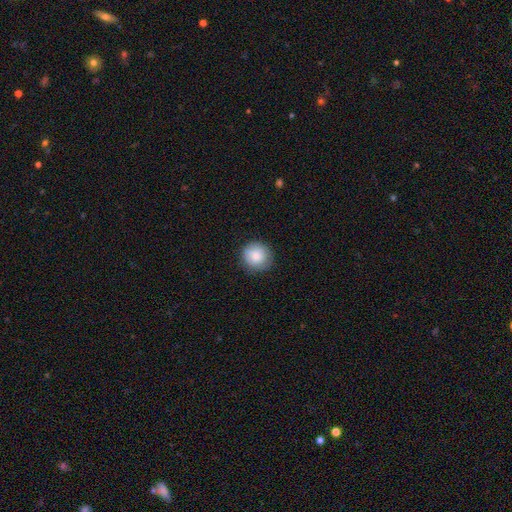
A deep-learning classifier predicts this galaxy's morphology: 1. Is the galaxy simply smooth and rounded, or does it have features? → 84% smooth, 9% featured or disk, 7% star or artifact.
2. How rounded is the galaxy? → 93% round, 6% in between, 1% cigar-shaped.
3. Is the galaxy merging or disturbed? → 85% none, 11% minor disturbance, 3% major disturbance, 1% merger.